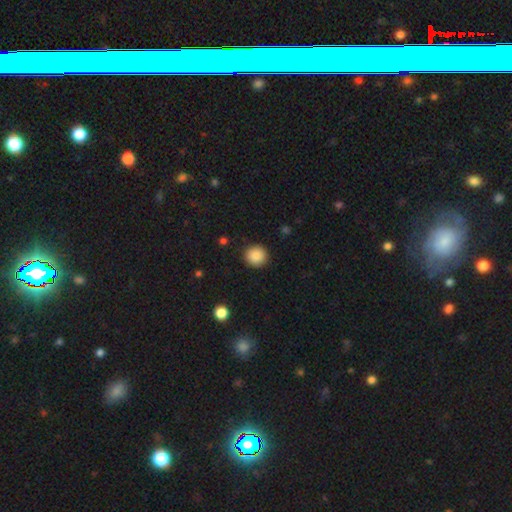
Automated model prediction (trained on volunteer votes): Smooth or featured? smooth (88%)
How rounded? round (92%)
Merging? none (91%)